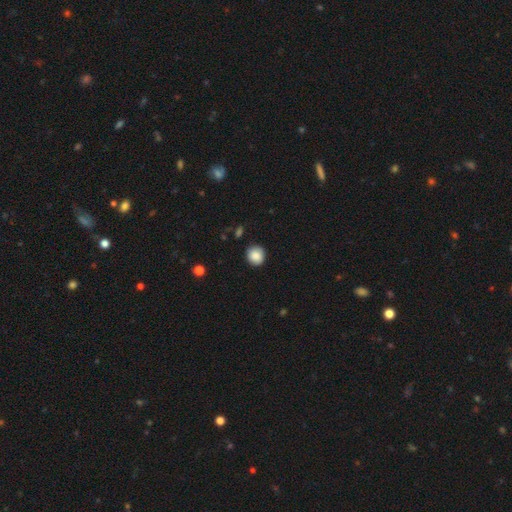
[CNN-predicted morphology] smooth_or_featured: smooth (p=0.86) [alt: star or artifact p=0.08]
how_rounded: round (p=0.89) [alt: in between p=0.10]
merging: none (p=0.87) [alt: minor disturbance p=0.09]